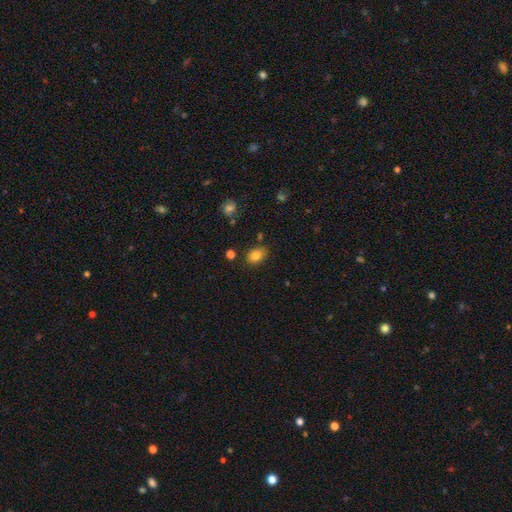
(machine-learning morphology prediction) Q: Smooth or featured?
A: smooth (82%); runner-up: star or artifact (10%)
Q: How rounded?
A: in between (80%); runner-up: round (18%)
Q: Merging?
A: none (80%); runner-up: minor disturbance (14%)